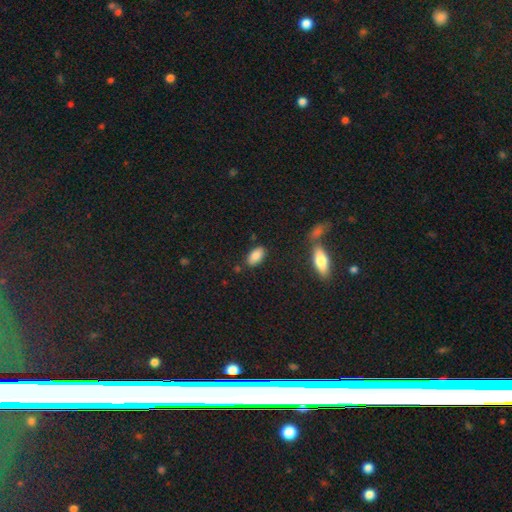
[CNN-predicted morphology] The model was most divided on "merging": none: 83%, minor disturbance: 11%, merger: 3%, major disturbance: 3%. More confident: how rounded — in between (92%); smooth or featured — smooth (85%).